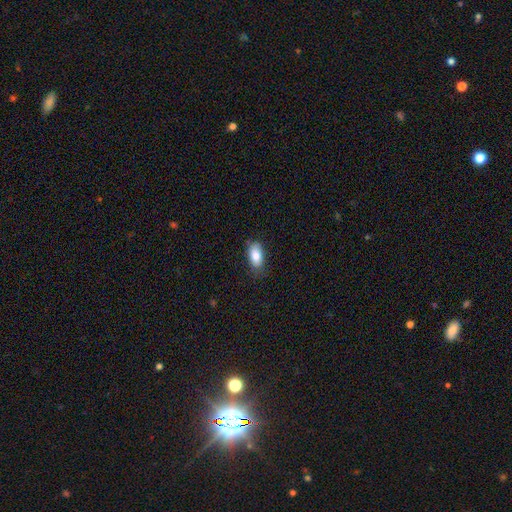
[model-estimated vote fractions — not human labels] smooth_or_featured: smooth (p=0.83) [alt: featured or disk p=0.10]
how_rounded: in between (p=0.92) [alt: round p=0.05]
merging: none (p=0.75) [alt: minor disturbance p=0.20]